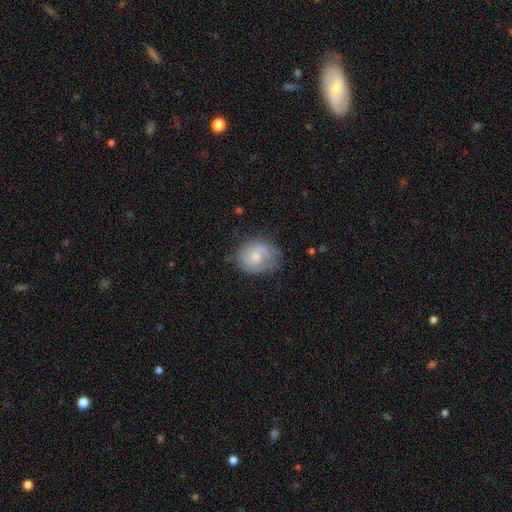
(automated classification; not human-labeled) featured or disk 62%, smooth 32%, star or artifact 7%. Down the decision tree: edge-on disk — no (98%); bar — no (63%); spiral arms — yes (87%); spiral arm count — 2 (61%); spiral winding — tight (46%); bulge size — moderate (46%); merging — none (68%).